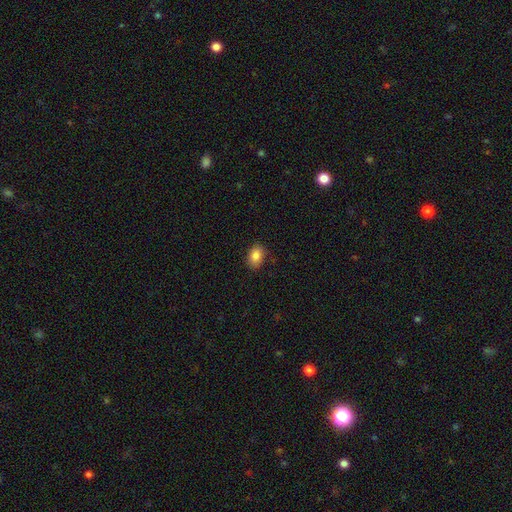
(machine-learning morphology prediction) The model was most divided on "how rounded": in between: 78%, round: 20%, cigar-shaped: 1%. More confident: merging — none (85%); smooth or featured — smooth (85%).